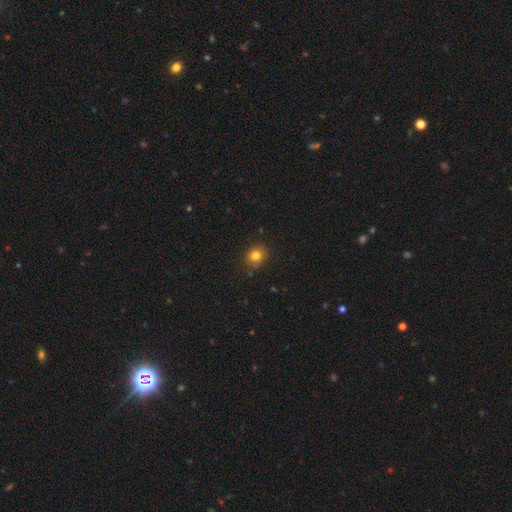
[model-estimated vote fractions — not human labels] Overall: smooth (81%). How rounded: round (69%; in between 30%). Merging: none (83%).